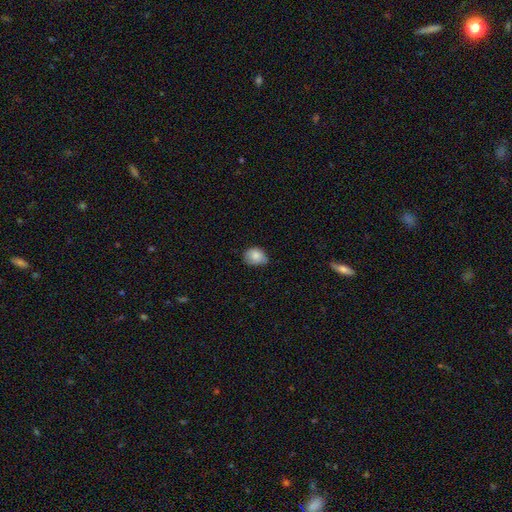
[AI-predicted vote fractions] smooth_or_featured: smooth (p=0.84) [alt: star or artifact p=0.08]
how_rounded: in between (p=0.57) [alt: round p=0.42]
merging: none (p=0.56) [alt: minor disturbance p=0.37]